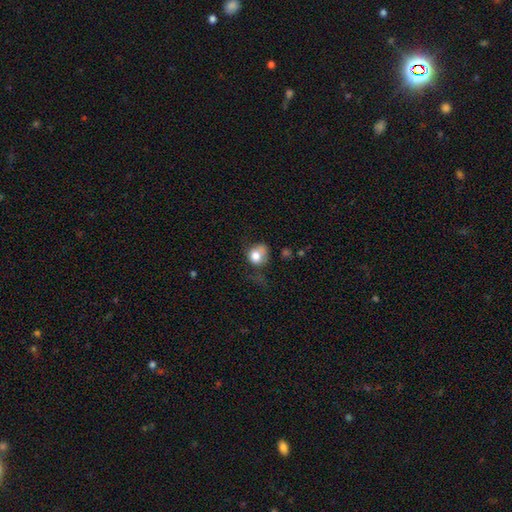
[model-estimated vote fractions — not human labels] This is likely a smooth galaxy (76%). How rounded: likely round (65%). Merging: marginally major disturbance (36%).